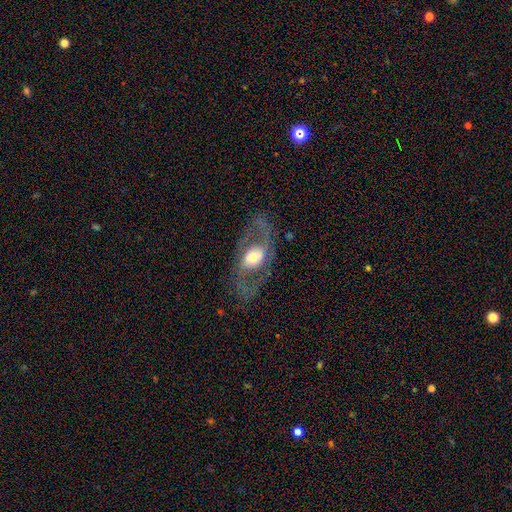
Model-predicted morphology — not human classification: Smooth or featured? Predicted: featured or disk (p=0.76). Edge-on disk? Predicted: no (p=0.92). Bar? Predicted: no (p=0.55). Spiral arms? Predicted: yes (p=0.72). Spiral winding? Predicted: medium (p=0.53). Spiral arm count? Predicted: 2 (p=0.87). Bulge size? Predicted: moderate (p=0.53). Merging? Predicted: none (p=0.75).